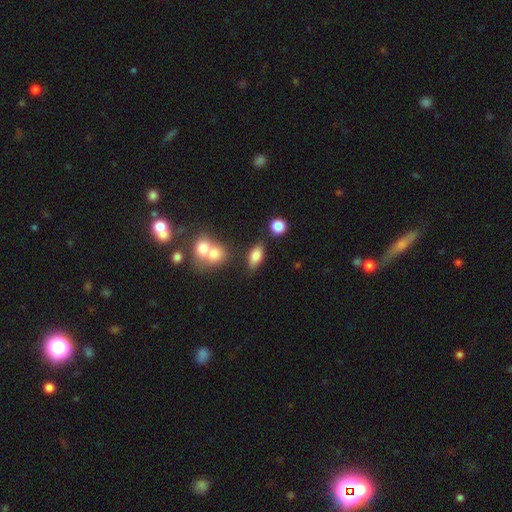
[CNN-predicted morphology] The model was most divided on "merging": none: 73%, minor disturbance: 13%, merger: 10%, major disturbance: 4%. More confident: how rounded — in between (86%); smooth or featured — smooth (80%).